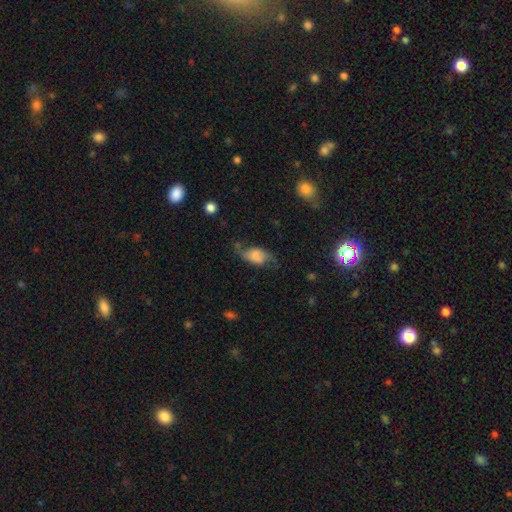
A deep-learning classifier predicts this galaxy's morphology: smooth_or_featured: smooth (p=0.50) [alt: featured or disk p=0.40]
how_rounded: in between (p=0.88) [alt: round p=0.07]
merging: none (p=0.47) [alt: minor disturbance p=0.29]